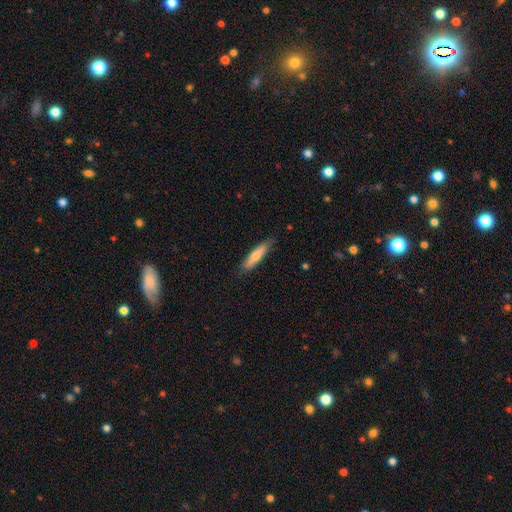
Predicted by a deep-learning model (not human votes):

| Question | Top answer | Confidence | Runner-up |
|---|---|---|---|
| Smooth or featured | smooth | 65% | featured or disk (29%) |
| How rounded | cigar-shaped | 84% | in between (14%) |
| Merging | none | 84% | minor disturbance (13%) |